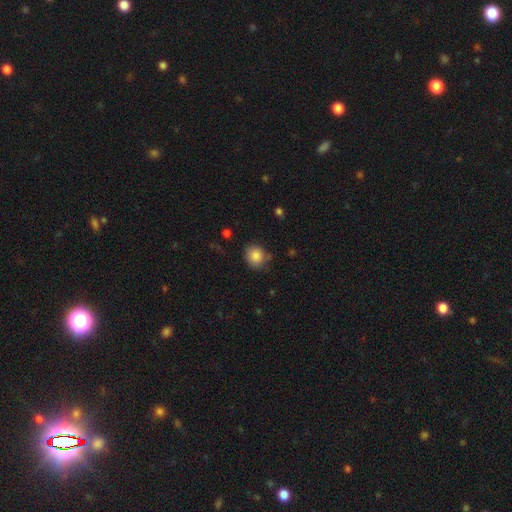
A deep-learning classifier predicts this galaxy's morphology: Smooth or featured? smooth (84%)
How rounded? round (78%)
Merging? none (74%)